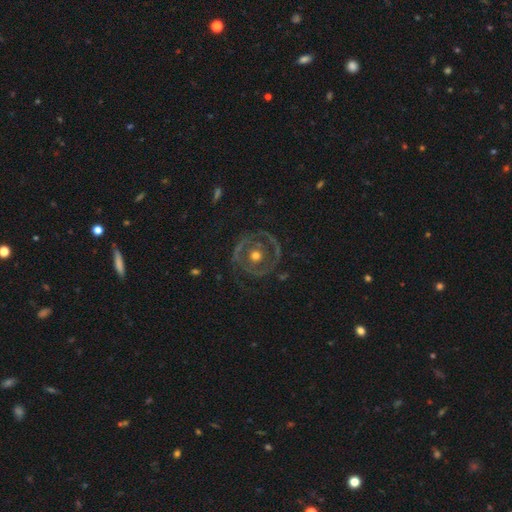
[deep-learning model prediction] Smooth or featured? Predicted: featured or disk (p=0.68). Edge-on disk? Predicted: no (p=0.96). Bar? Predicted: no (p=0.85). Spiral arms? Predicted: no (p=0.65). Bulge size? Predicted: moderate (p=0.76). Merging? Predicted: none (p=0.71).